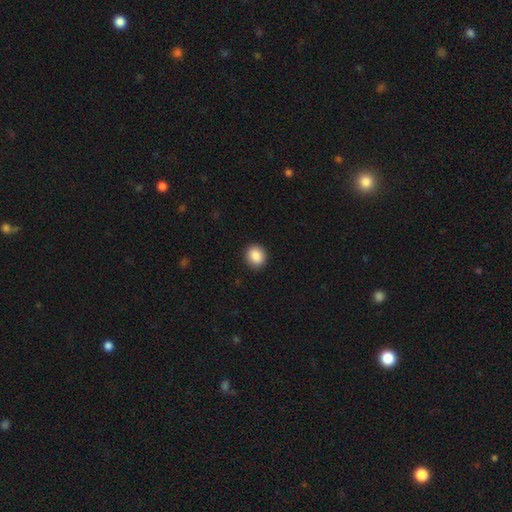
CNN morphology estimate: Smooth or featured?
  - smooth: 88% *
  - star or artifact: 8%
  - featured or disk: 4%
How rounded?
  - round: 74% *
  - in between: 25%
  - cigar-shaped: 1%
Merging?
  - none: 91% *
  - minor disturbance: 6%
  - major disturbance: 2%
  - merger: 1%